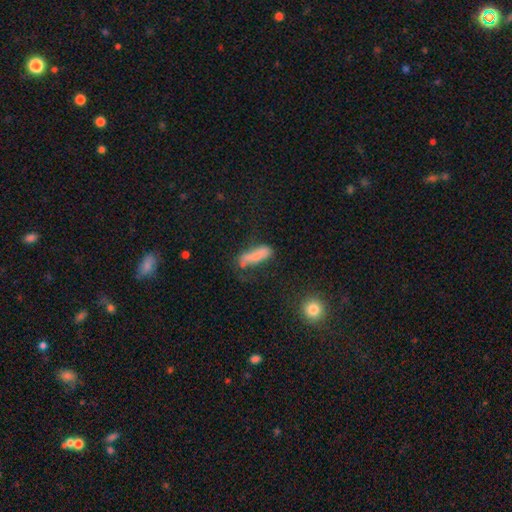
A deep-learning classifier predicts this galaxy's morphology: smooth_or_featured: smooth (p=0.73) [alt: featured or disk p=0.16]
how_rounded: cigar-shaped (p=0.56) [alt: in between p=0.41]
merging: none (p=0.45) [alt: minor disturbance p=0.26]